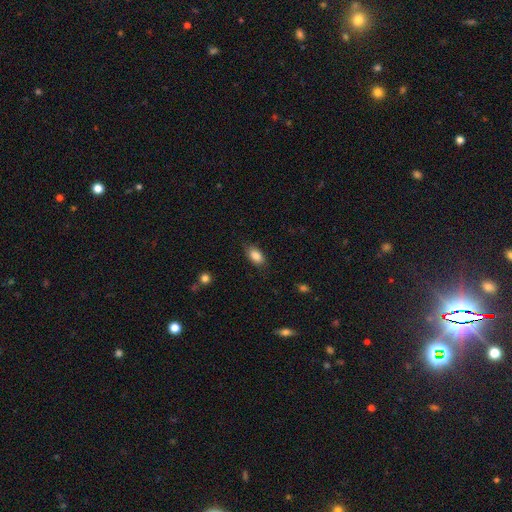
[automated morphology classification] Smooth or featured? Predicted: smooth (p=0.86). How rounded? Predicted: in between (p=0.90). Merging? Predicted: none (p=0.81).